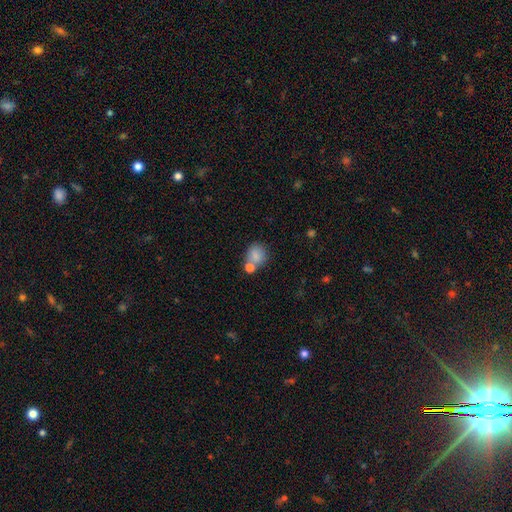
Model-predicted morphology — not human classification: Smooth or featured: smooth — 81% (star or artifact — 10%)
How rounded: round — 68% (in between — 30%)
Merging: none — 57% (merger — 25%)